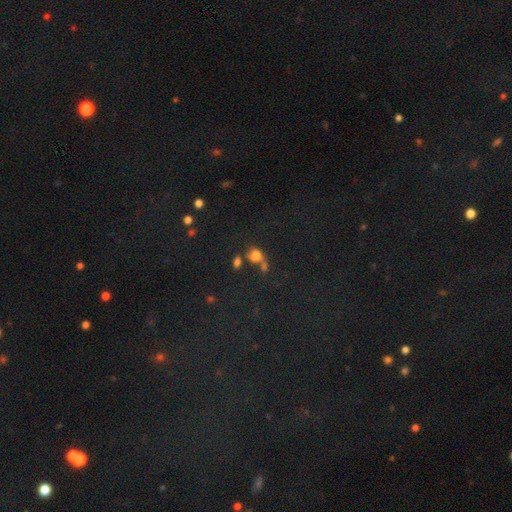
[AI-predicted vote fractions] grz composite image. It shows a smooth galaxy with no disk features (66%) that is in between round and cigar-shaped (57%). Merging: merger (43%).